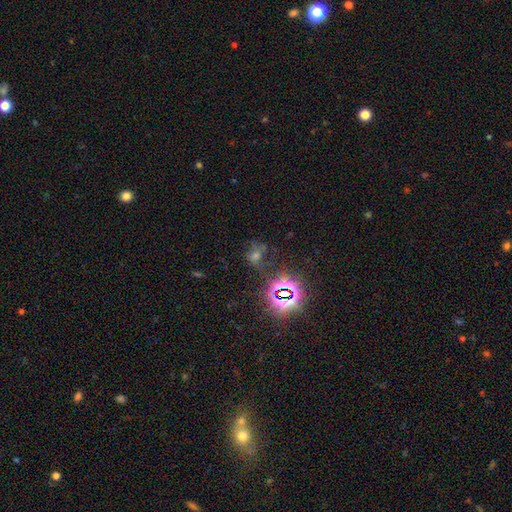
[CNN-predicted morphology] Smooth or featured?
  - star or artifact: 62% *
  - smooth: 20%
  - featured or disk: 18%